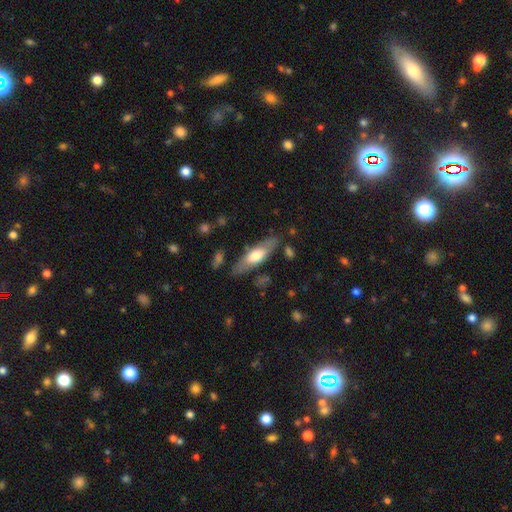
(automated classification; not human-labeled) smooth-or-featured: smooth: 55% | featured or disk: 39% | star or artifact: 5%
  how-rounded: cigar-shaped: 50% | in between: 48% | round: 2%
  merging: none: 80% | minor disturbance: 14% | major disturbance: 3% | merger: 3%